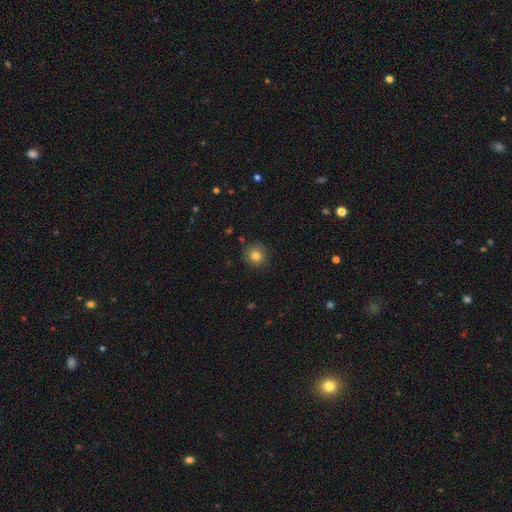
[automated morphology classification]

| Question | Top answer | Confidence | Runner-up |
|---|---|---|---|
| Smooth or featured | smooth | 81% | star or artifact (11%) |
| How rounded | round | 94% | in between (5%) |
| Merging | none | 87% | minor disturbance (10%) |